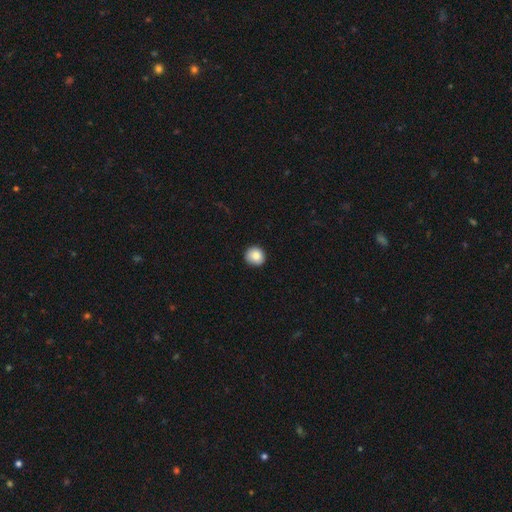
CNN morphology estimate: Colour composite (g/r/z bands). It shows a smooth galaxy with no disk features (85%) that is round (90%). Merging: none (88%).